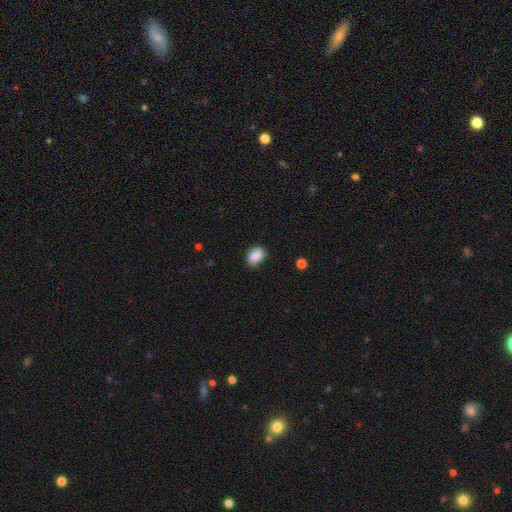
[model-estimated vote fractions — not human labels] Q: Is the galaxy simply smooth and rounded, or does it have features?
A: smooth — 87%.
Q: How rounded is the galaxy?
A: in between — 75%.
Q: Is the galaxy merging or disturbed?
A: none — 77%.